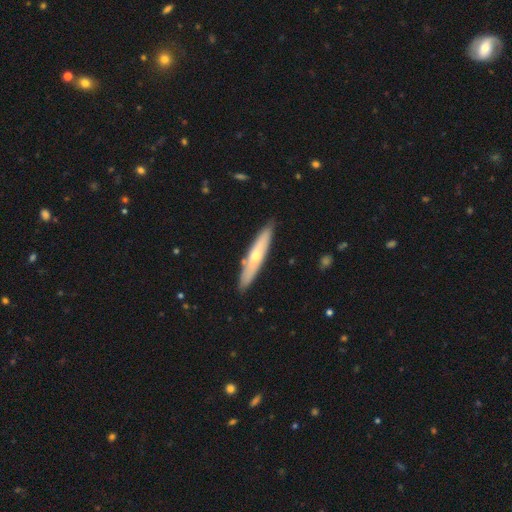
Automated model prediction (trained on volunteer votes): The model was most divided on "smooth or featured": featured or disk: 48%, smooth: 46%, star or artifact: 5%. More confident: merging — none (87%).